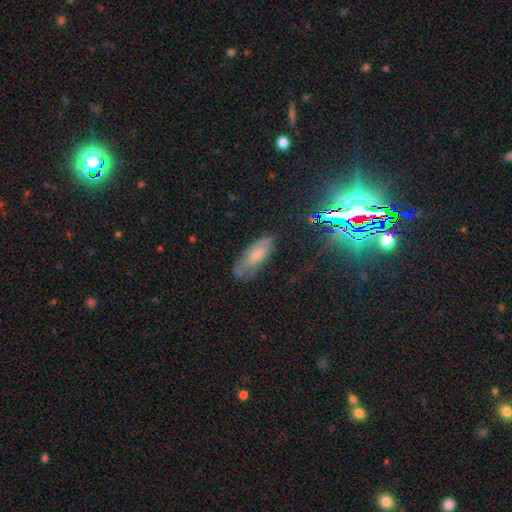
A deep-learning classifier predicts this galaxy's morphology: Smooth or featured?
  - smooth: 44% *
  - featured or disk: 30%
  - star or artifact: 27%
Merging?
  - none: 69% *
  - minor disturbance: 22%
  - major disturbance: 8%
  - merger: 2%